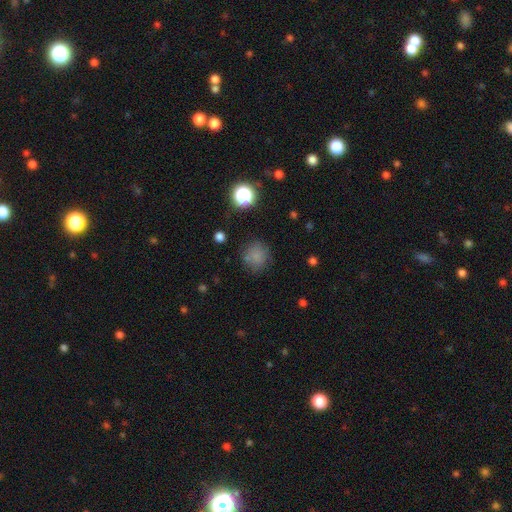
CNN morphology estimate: smooth_or_featured: smooth (p=0.77) [alt: star or artifact p=0.16]
how_rounded: round (p=0.88) [alt: in between p=0.11]
merging: none (p=0.77) [alt: minor disturbance p=0.13]